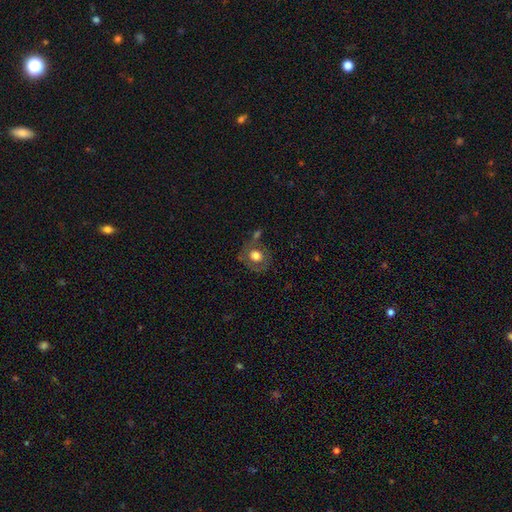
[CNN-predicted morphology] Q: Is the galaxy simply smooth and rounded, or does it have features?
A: smooth — 62%.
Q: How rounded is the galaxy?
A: round — 75%.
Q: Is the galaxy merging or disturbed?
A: none — 61%.